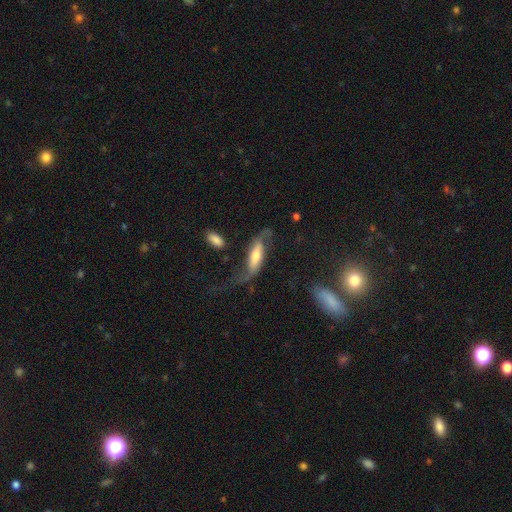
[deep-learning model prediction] smooth_or_featured: featured or disk (p=0.64) [alt: smooth p=0.29]
disk_edge_on: no (p=0.72) [alt: yes p=0.28]
merging: none (p=0.43) [alt: major disturbance p=0.33]